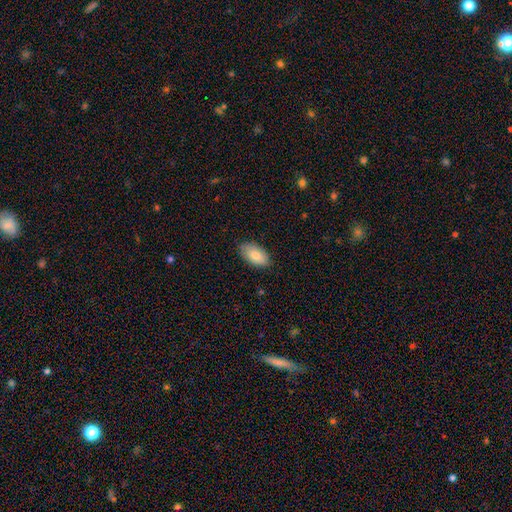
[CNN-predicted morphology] Smooth or featured: smooth — 80% (featured or disk — 14%)
How rounded: in between — 94% (round — 4%)
Merging: none — 82% (minor disturbance — 14%)